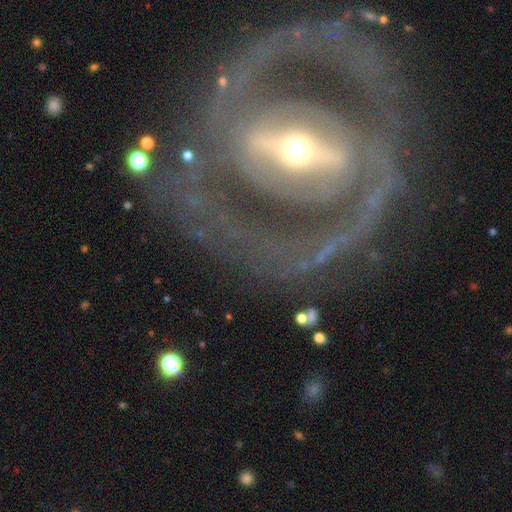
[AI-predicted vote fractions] A featured or disk galaxy (88%) with a strong bar (75%), 2 (69%) tight (49%) spiral arms (77%) and a moderate central bulge (48%). Merging: none (70%).